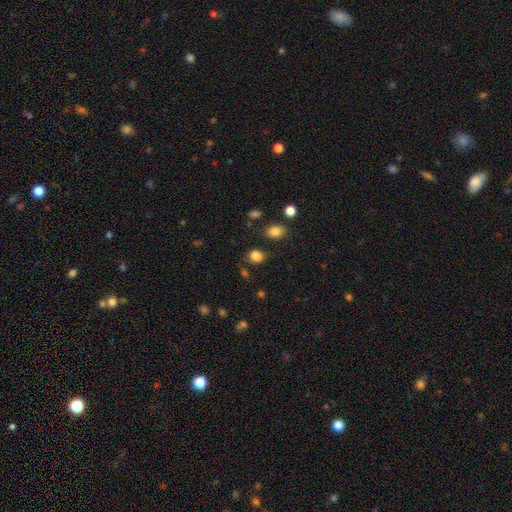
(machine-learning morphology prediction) This is clearly a smooth galaxy (83%). How rounded: possibly round (58%). Merging: likely none (76%).